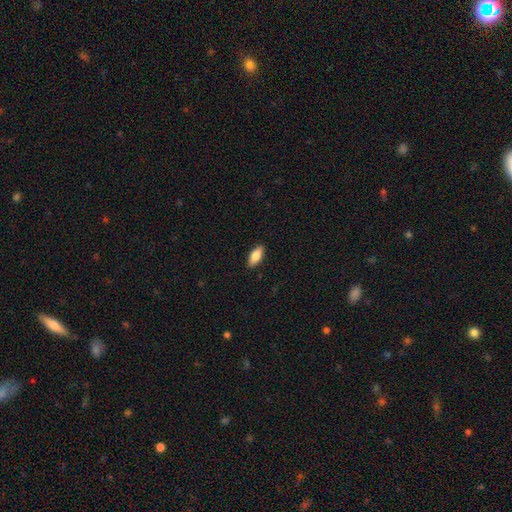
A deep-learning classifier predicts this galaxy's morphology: The model was most divided on "smooth or featured": smooth: 79%, featured or disk: 14%, star or artifact: 6%. More confident: merging — none (89%); how rounded — in between (83%).